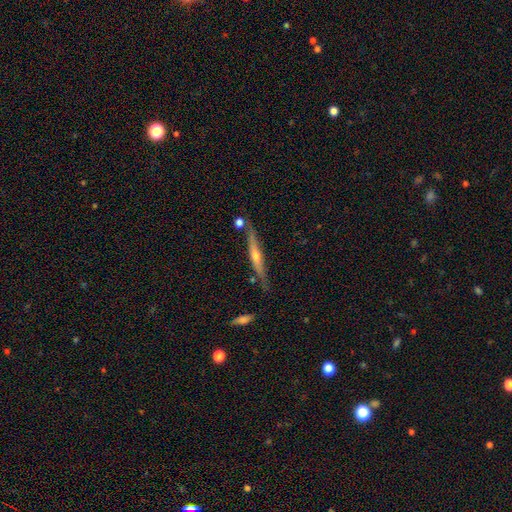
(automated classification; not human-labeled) Smooth or featured? Predicted: featured or disk (p=0.74). Edge-on disk? Predicted: yes (p=0.96). Edge-on bulge? Predicted: rounded (p=0.82). Merging? Predicted: none (p=0.81).